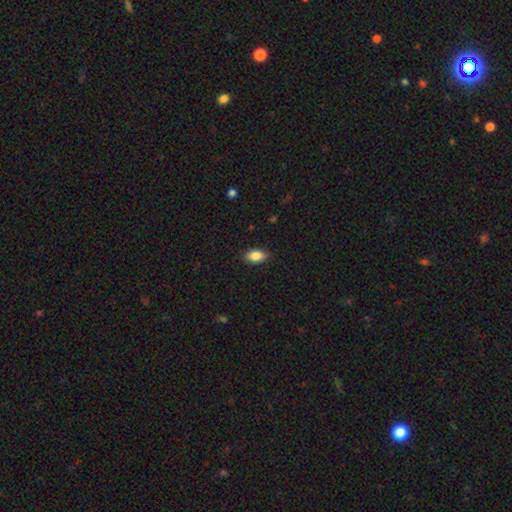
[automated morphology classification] smooth 85%, featured or disk 8%, star or artifact 7%. Down the decision tree: how rounded — in between (90%); merging — none (87%).